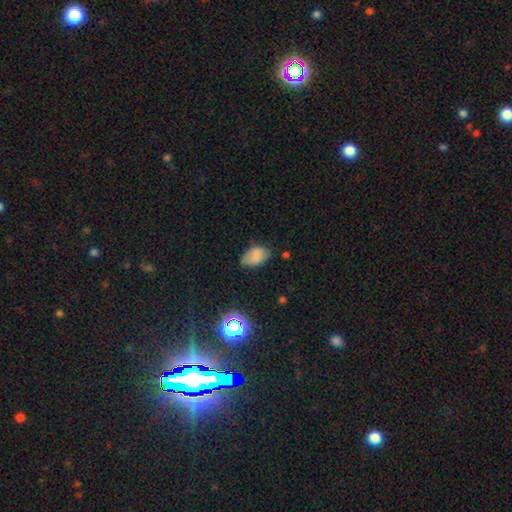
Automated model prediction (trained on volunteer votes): This is likely a smooth galaxy (78%). How rounded: clearly in between (89%). Merging: likely none (63%).